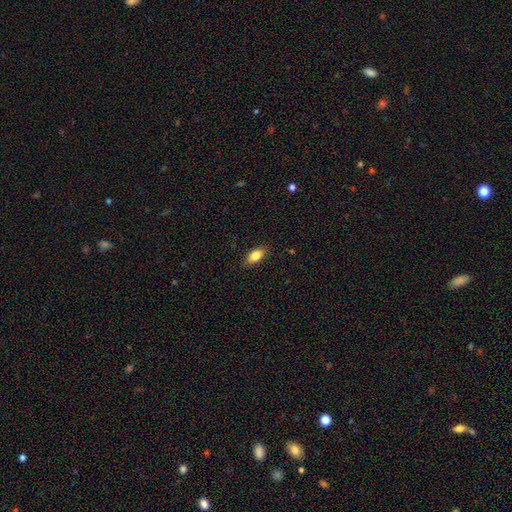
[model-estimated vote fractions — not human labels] Overall: smooth (80%). How rounded: in between (87%). Merging: none (86%).